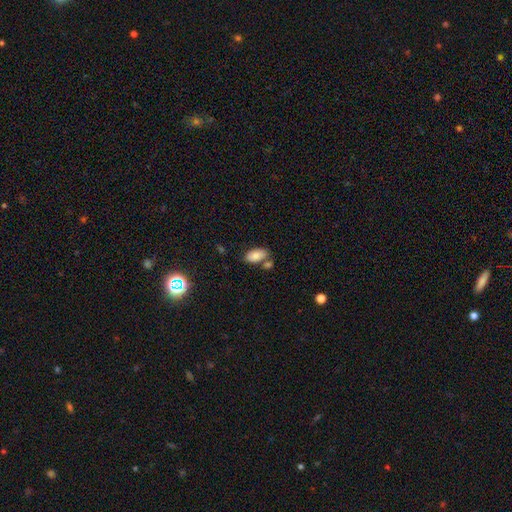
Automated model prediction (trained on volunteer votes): smooth-or-featured: smooth: 82% | featured or disk: 10% | star or artifact: 8%
  how-rounded: in between: 94% | round: 3% | cigar-shaped: 3%
  merging: none: 63% | merger: 20% | minor disturbance: 14% | major disturbance: 4%